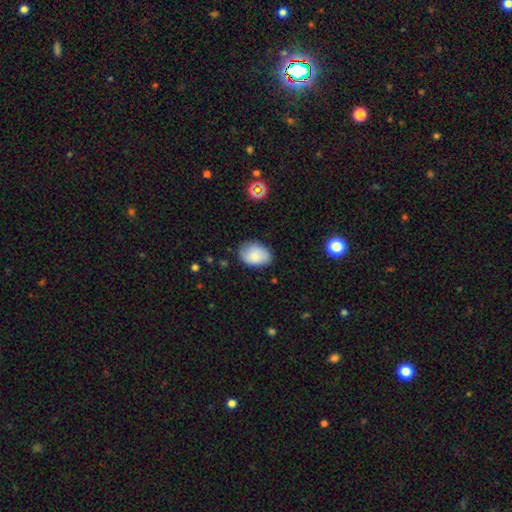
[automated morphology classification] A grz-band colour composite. It shows a smooth galaxy with no disk features (81%) that is in between round and cigar-shaped (81%). Merging: none (76%).